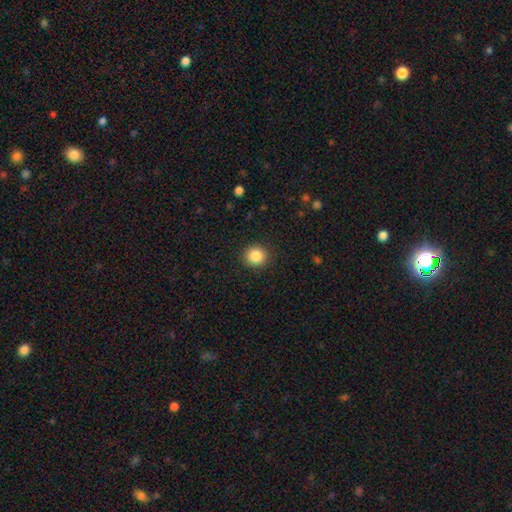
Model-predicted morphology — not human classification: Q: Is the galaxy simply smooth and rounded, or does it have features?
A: smooth — 86%.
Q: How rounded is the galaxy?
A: round — 91%.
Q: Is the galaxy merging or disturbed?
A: none — 91%.